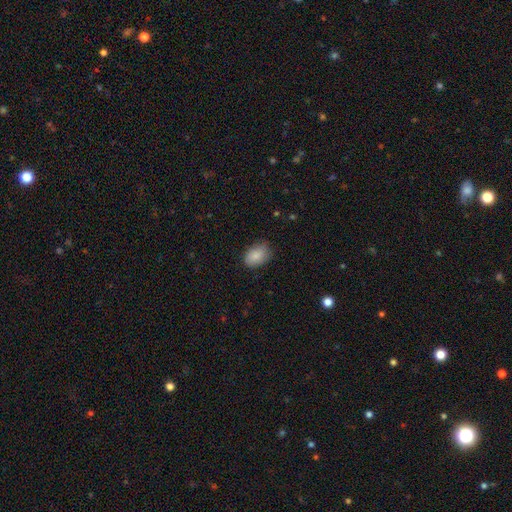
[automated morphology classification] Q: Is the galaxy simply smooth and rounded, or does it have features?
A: smooth — 87%.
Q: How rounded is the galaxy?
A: in between — 84%.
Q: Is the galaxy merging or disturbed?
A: none — 75%.